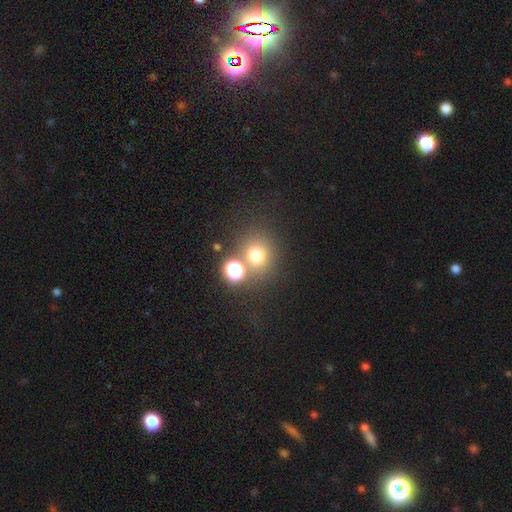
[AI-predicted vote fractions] smooth 70%, star or artifact 21%, featured or disk 9%. Down the decision tree: how rounded — round (84%); merging — none (67%).